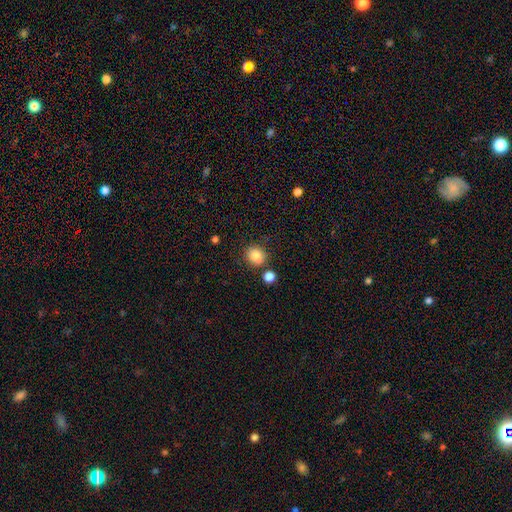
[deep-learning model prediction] A smooth galaxy with no disk features (84%) that is round (72%). Merging: none (75%).